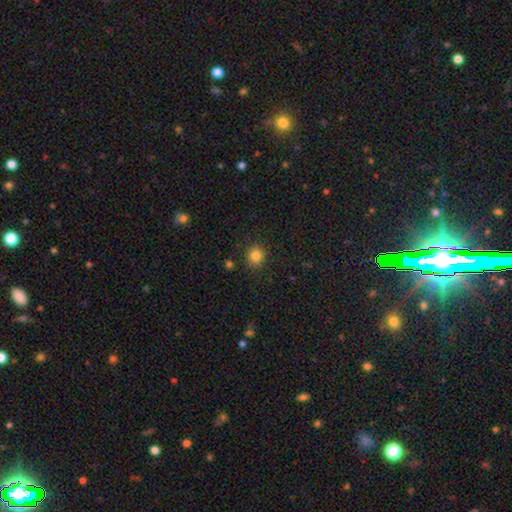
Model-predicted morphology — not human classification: A smooth galaxy with no disk features (83%) that is round (87%). Merging: none (89%).